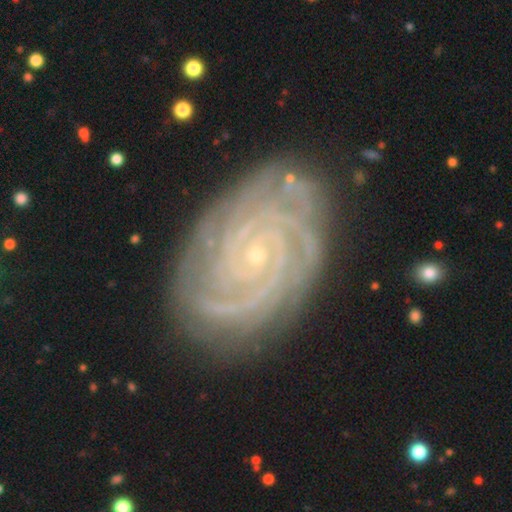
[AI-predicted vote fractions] featured or disk 90%, star or artifact 6%, smooth 4%. Down the decision tree: edge-on disk — no (97%); bar — no (76%); spiral arms — yes (98%); spiral arm count — 2 (31%); spiral winding — tight (84%); bulge size — small (88%); merging — none (82%).